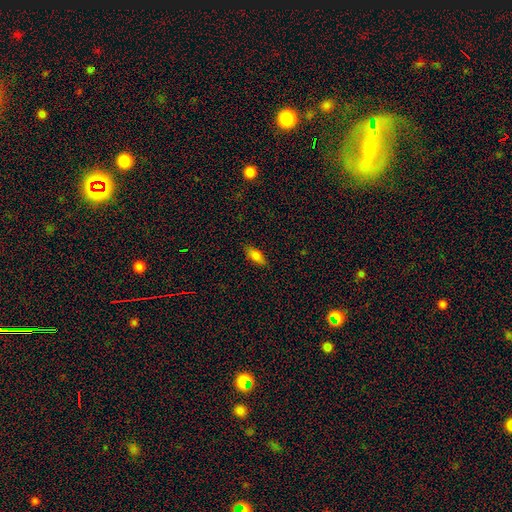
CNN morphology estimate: This appears to be a smooth galaxy with no disk features (80%) that is in between round and cigar-shaped (79%). Merging: none (84%).